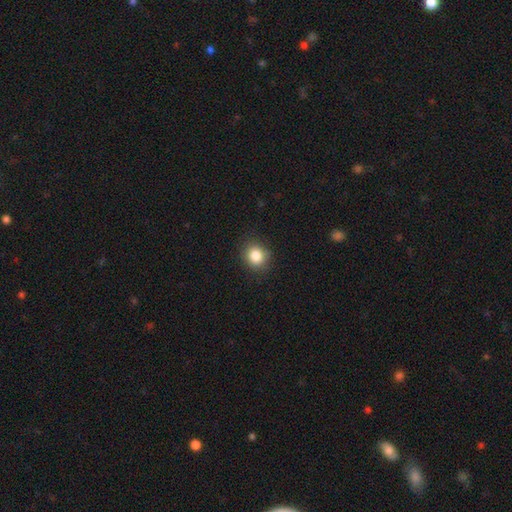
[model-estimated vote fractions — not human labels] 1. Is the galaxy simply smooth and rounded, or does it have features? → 84% smooth, 10% star or artifact, 5% featured or disk.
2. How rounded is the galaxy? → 74% round, 25% in between, 1% cigar-shaped.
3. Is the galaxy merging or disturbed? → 87% none, 9% minor disturbance, 3% major disturbance, 1% merger.